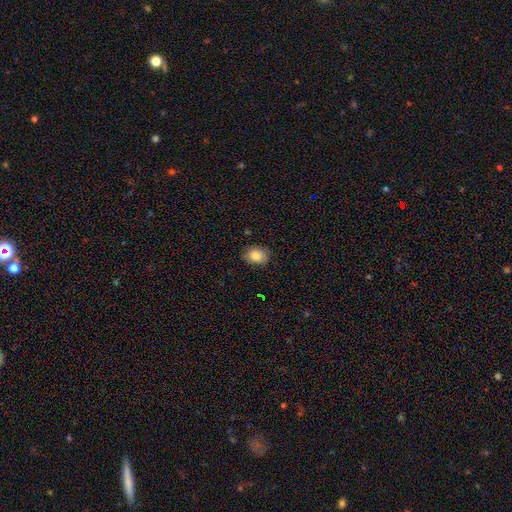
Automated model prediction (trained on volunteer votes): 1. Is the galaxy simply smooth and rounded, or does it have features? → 84% smooth, 8% star or artifact, 7% featured or disk.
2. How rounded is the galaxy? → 66% in between, 33% round, 1% cigar-shaped.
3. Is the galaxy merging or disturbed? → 85% none, 12% minor disturbance, 2% major disturbance, 1% merger.